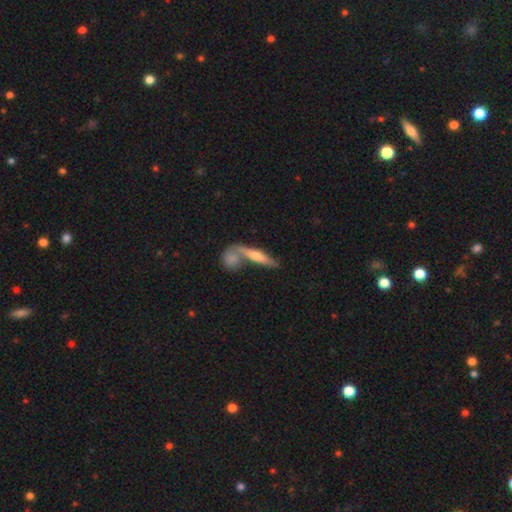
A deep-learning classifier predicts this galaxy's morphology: smooth-or-featured: smooth: 49% | featured or disk: 44% | star or artifact: 7%
  merging: none: 50% | merger: 33% | minor disturbance: 11% | major disturbance: 5%